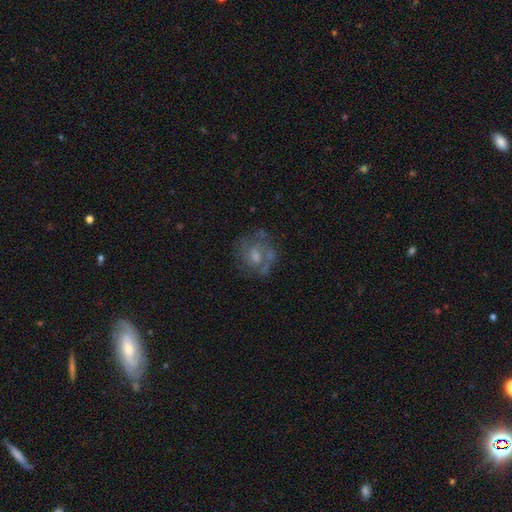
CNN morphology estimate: smooth-or-featured: featured or disk: 61% | smooth: 29% | star or artifact: 10%
  disk-edge-on: no: 97% | yes: 3%
    bar: no: 70% | weak: 26% | strong: 4%
    has-spiral-arms: yes: 56% | no: 44%
    bulge-size: moderate: 49% | small: 32% | none: 12% | large: 7% | dominant: 1%
  merging: none: 60% | minor disturbance: 20% | major disturbance: 16% | merger: 4%